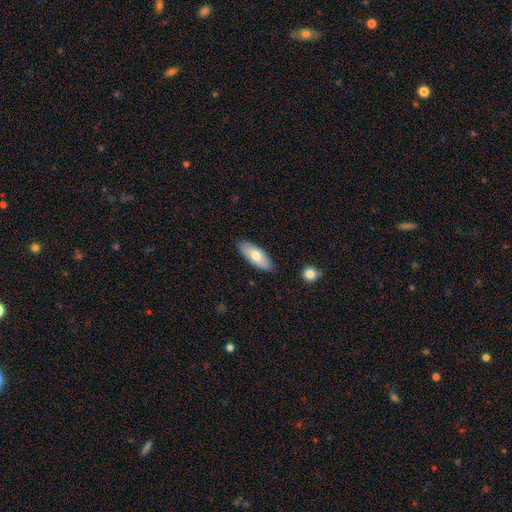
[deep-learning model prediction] Smooth or featured? smooth (69%)
How rounded? in between (80%)
Merging? none (85%)